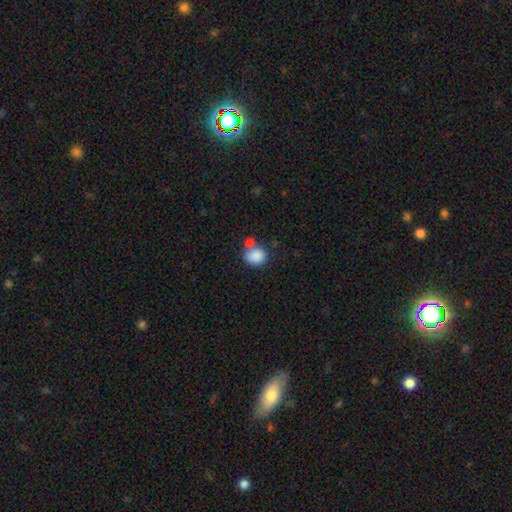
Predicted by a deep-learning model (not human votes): smooth 86%, star or artifact 9%, featured or disk 6%. Down the decision tree: how rounded — round (60%); merging — none (54%).